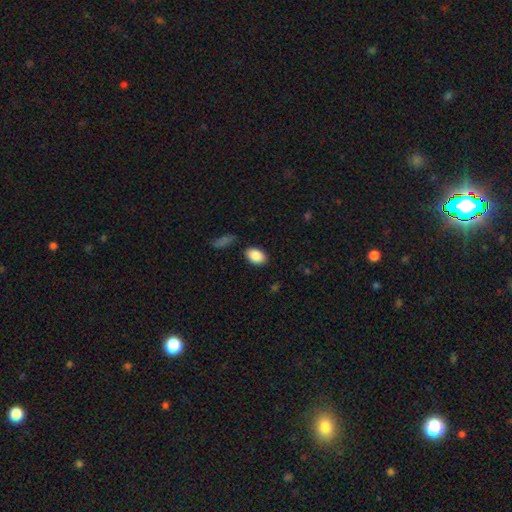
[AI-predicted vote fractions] Smooth or featured? smooth (88%)
How rounded? in between (89%)
Merging? none (85%)